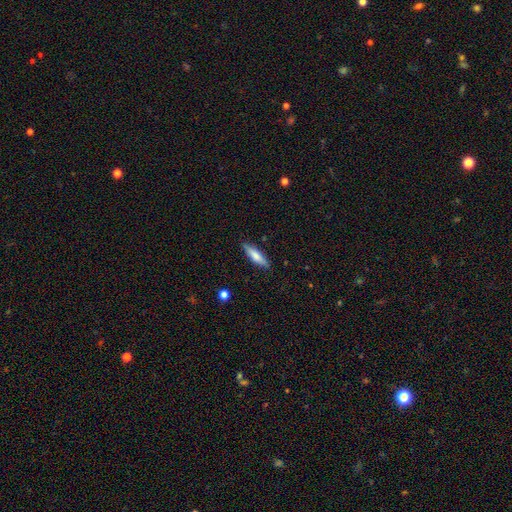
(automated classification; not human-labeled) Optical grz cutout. It shows a smooth galaxy with no disk features (68%) that is cigar-shaped (74%). Merging: none (87%).